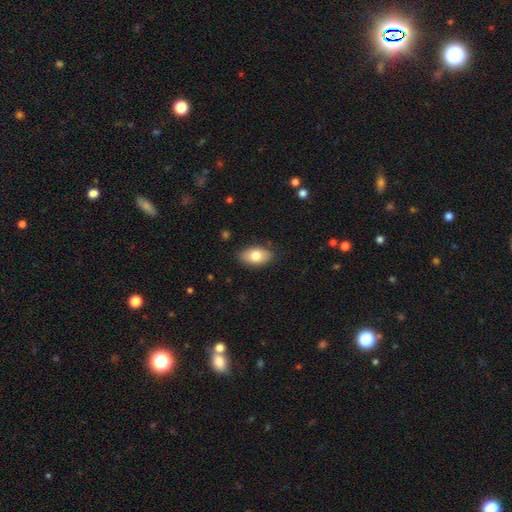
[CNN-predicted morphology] smooth 78%, featured or disk 15%, star or artifact 7%. Down the decision tree: how rounded — in between (92%); merging — none (85%).